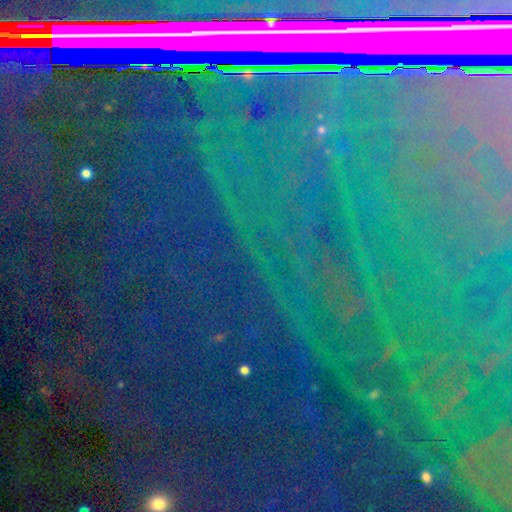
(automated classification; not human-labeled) Smooth or featured?
  - star or artifact: 86% *
  - smooth: 7%
  - featured or disk: 7%